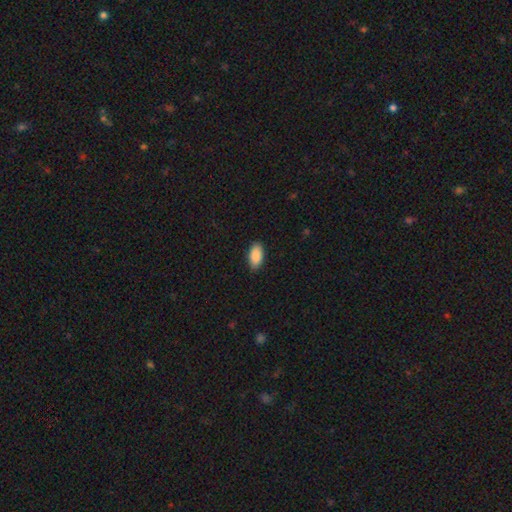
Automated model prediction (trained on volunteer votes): Overall: smooth (90%). How rounded: in between (94%). Merging: none (87%).